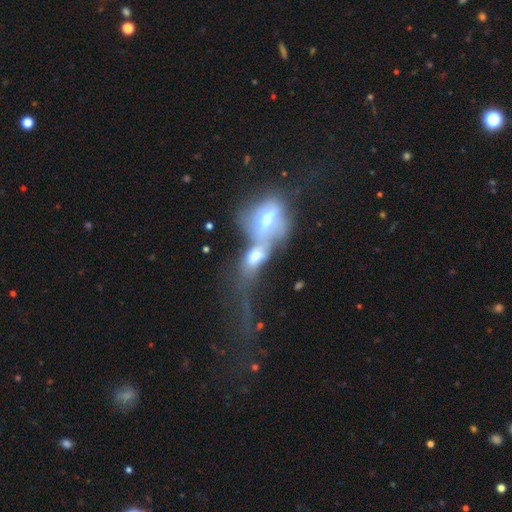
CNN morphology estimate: A smooth galaxy with no disk features (51%) that is in between round and cigar-shaped (75%). Merging: merger (74%).